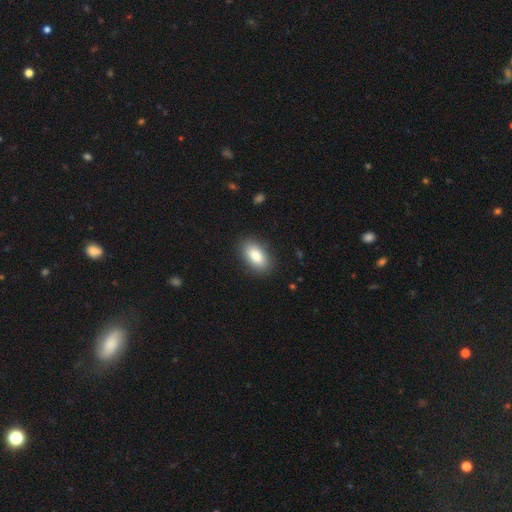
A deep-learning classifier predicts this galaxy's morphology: This appears to be a smooth galaxy with no disk features (85%) that is in between round and cigar-shaped (93%). Merging: none (88%).